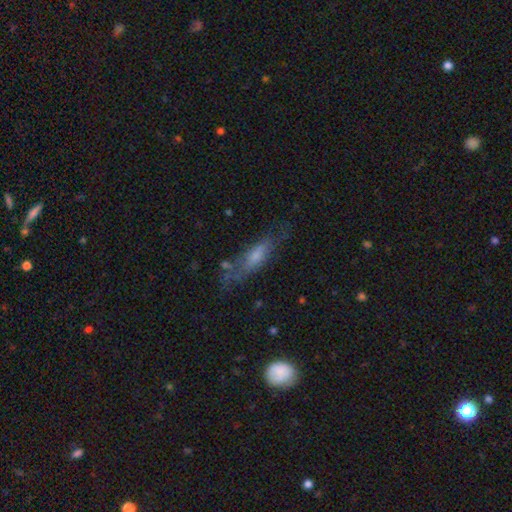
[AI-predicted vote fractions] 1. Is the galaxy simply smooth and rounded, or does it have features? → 48% featured or disk, 42% smooth, 11% star or artifact.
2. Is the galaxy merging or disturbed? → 60% none, 23% minor disturbance, 13% major disturbance, 4% merger.